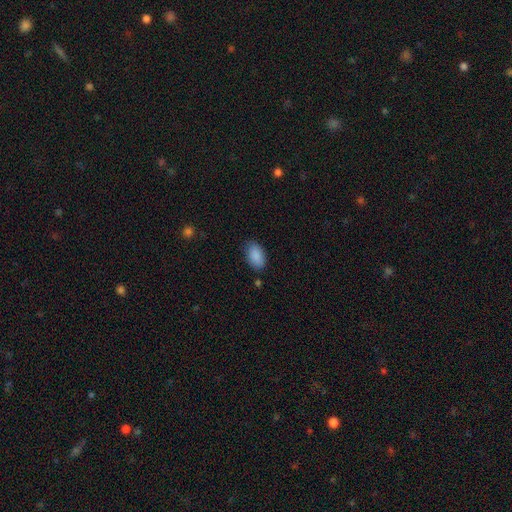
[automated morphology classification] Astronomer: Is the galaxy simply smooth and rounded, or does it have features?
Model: smooth — 89%.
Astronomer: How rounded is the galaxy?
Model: in between — 92%.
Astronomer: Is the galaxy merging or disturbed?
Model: none — 82%.